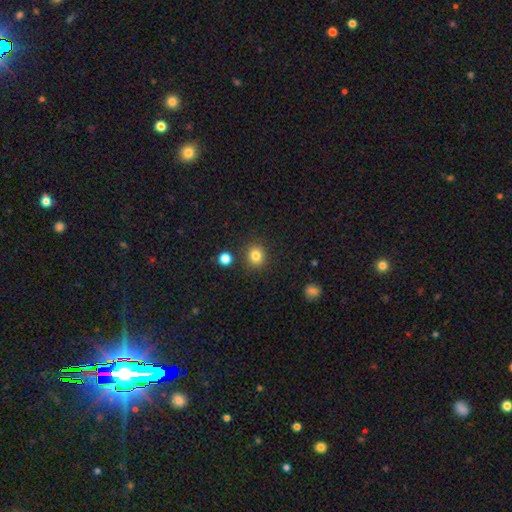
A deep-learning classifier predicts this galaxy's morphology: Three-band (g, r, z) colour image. It shows a smooth galaxy with no disk features (83%) that is round (86%). Merging: none (86%).